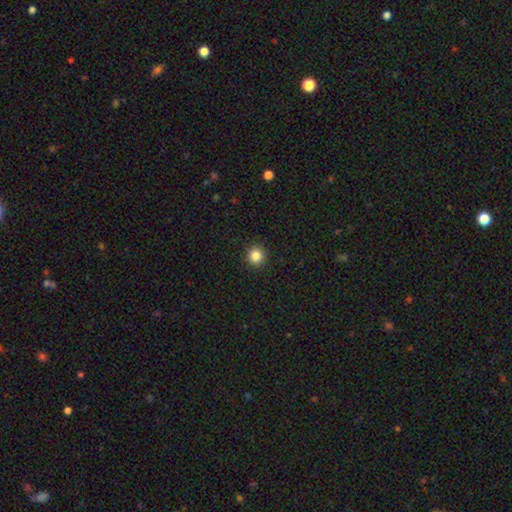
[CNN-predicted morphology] Smooth or featured? Predicted: smooth (p=0.85). How rounded? Predicted: round (p=0.94). Merging? Predicted: none (p=0.93).